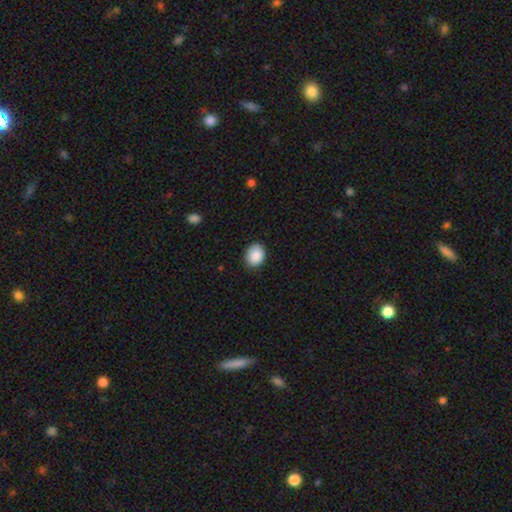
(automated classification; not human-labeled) Smooth or featured?
  - smooth: 89% *
  - star or artifact: 8%
  - featured or disk: 4%
How rounded?
  - round: 54% *
  - in between: 45%
  - cigar-shaped: 1%
Merging?
  - none: 86% *
  - minor disturbance: 11%
  - major disturbance: 2%
  - merger: 1%